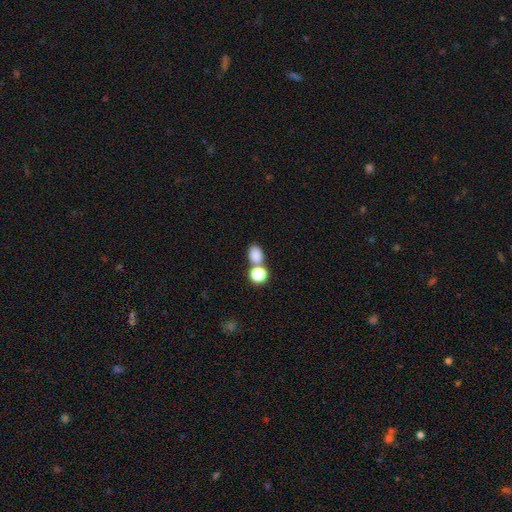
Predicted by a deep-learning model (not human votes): smooth_or_featured: smooth (p=0.82) [alt: star or artifact p=0.12]
how_rounded: in between (p=0.69) [alt: round p=0.30]
merging: none (p=0.56) [alt: merger p=0.31]